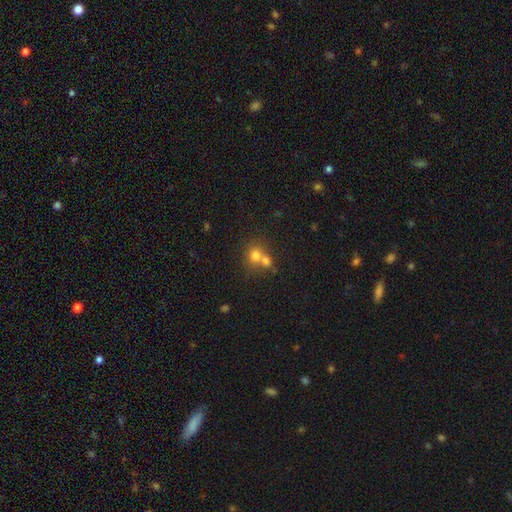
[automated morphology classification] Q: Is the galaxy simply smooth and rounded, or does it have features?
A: smooth — 73%.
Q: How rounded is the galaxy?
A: round — 78%.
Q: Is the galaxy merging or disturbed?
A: merger — 59%.